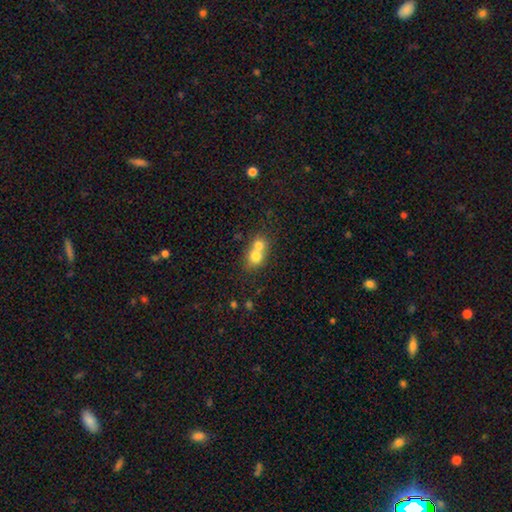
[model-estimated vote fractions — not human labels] Morphology: type=smooth (73%); roundness=round (71%); merging=merger (68%).